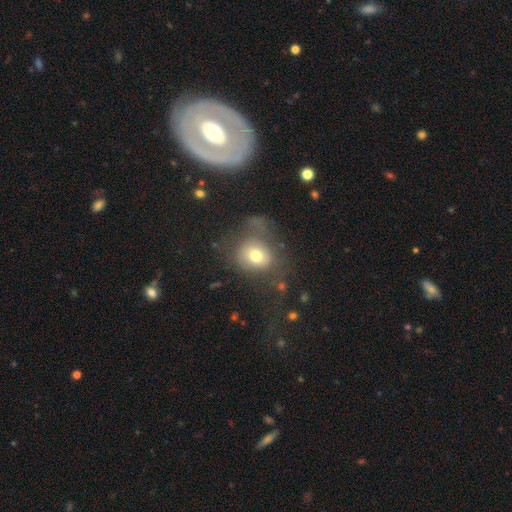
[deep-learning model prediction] A smooth galaxy with no disk features (68%) that is round (67%). Merging: none (41%).